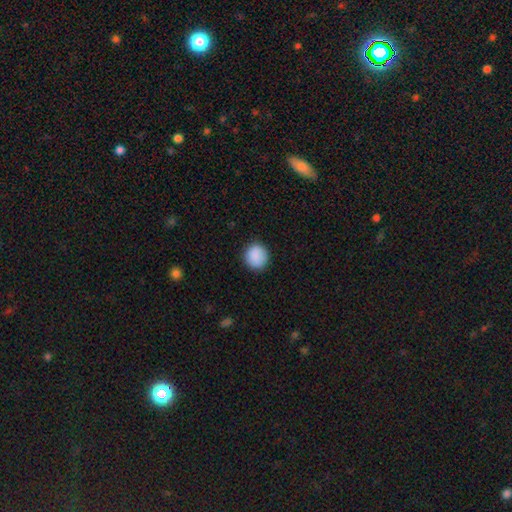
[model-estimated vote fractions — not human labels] Q: Smooth or featured?
A: smooth (89%); runner-up: star or artifact (7%)
Q: How rounded?
A: round (91%); runner-up: in between (8%)
Q: Merging?
A: none (89%); runner-up: minor disturbance (8%)